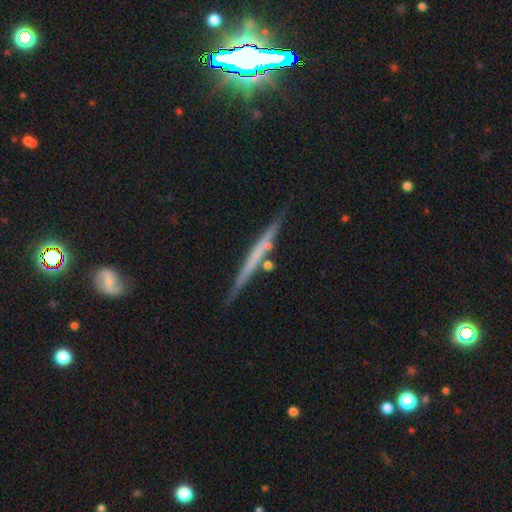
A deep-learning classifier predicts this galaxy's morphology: This is likely a featured or disk galaxy (62%). It is clearly viewed edge-on (97%). Edge-on bulge: clearly none (83%). Merging: clearly none (83%).